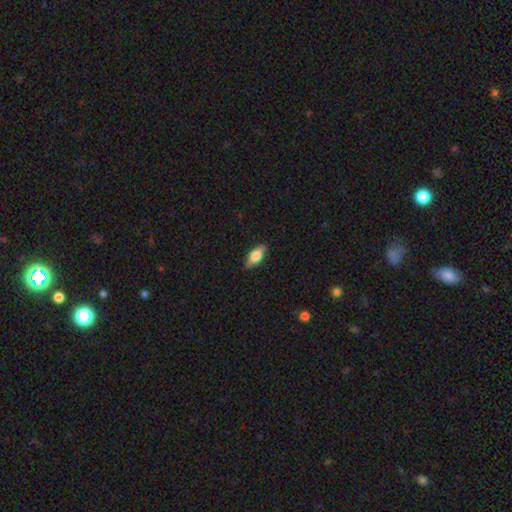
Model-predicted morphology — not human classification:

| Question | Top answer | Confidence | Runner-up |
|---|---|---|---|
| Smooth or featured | smooth | 69% | featured or disk (24%) |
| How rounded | in between | 81% | cigar-shaped (16%) |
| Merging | none | 86% | minor disturbance (11%) |